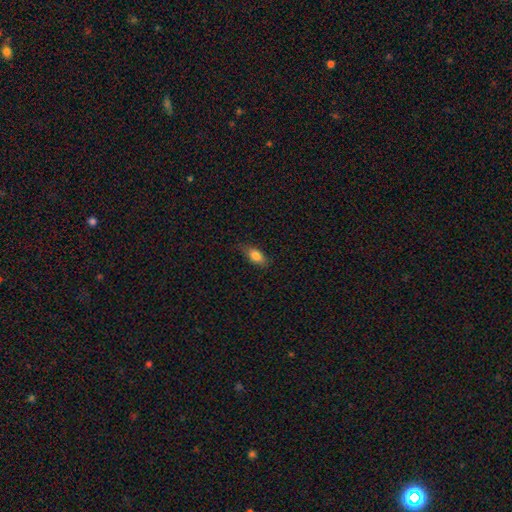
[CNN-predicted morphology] Smooth or featured? Predicted: smooth (p=0.82). How rounded? Predicted: in between (p=0.84). Merging? Predicted: none (p=0.73).